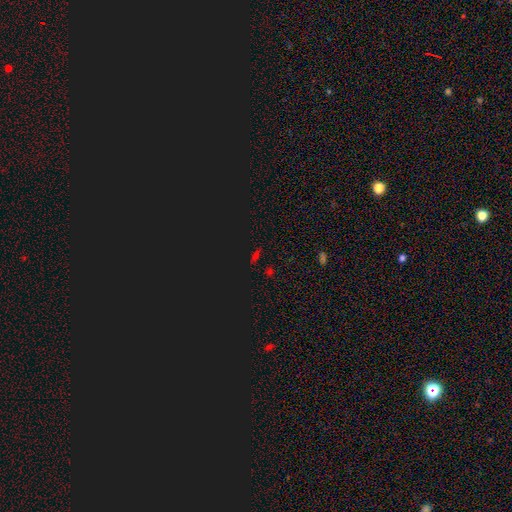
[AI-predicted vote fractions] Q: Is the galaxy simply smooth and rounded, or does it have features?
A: star or artifact — 63%.